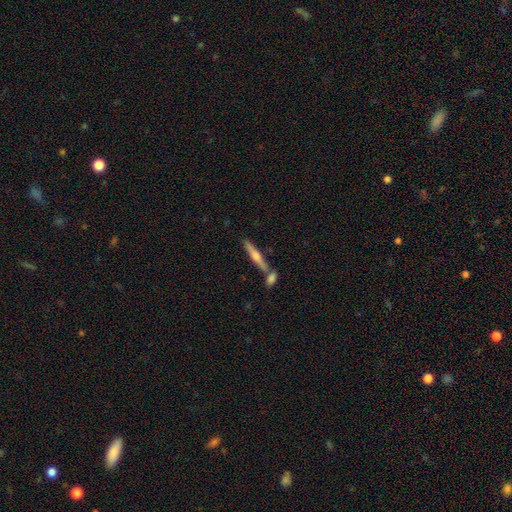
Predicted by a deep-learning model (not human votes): A featured or disk galaxy (55%) viewed edge-on (96%) with a rounded central bulge (82%). Merging: none (68%).